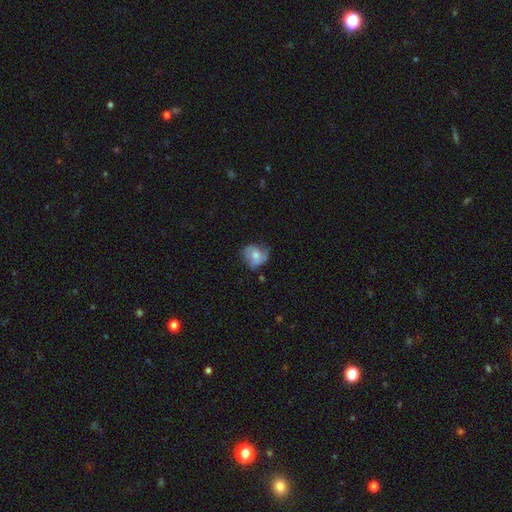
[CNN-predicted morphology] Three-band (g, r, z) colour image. It shows a smooth galaxy with no disk features (50%) that is round (61%). Merging: none (53%).